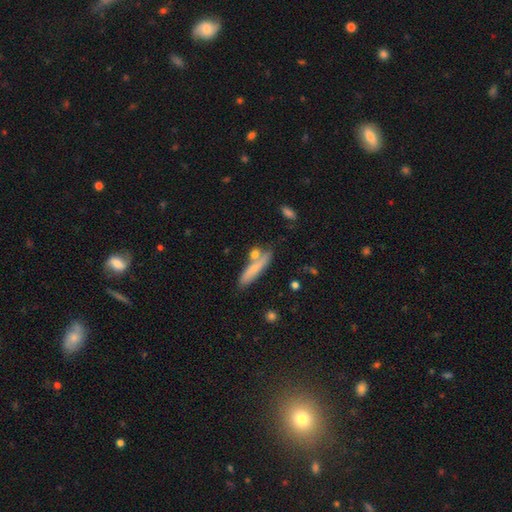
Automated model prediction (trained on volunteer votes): This is likely a smooth galaxy (68%). How rounded: likely cigar-shaped (77%). Merging: likely none (66%).